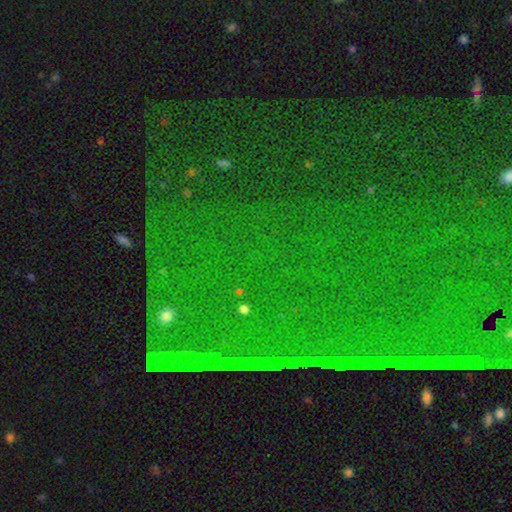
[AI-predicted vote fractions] A star or artifact, not a galaxy (84%).

Vote fractions:
- Smooth or featured? star or artifact: 84% / smooth: 8% / featured or disk: 7%